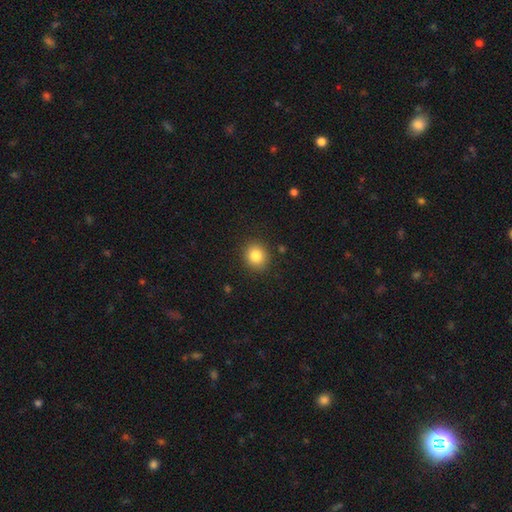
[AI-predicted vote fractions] smooth 83%, star or artifact 10%, featured or disk 6%. Down the decision tree: how rounded — round (82%); merging — none (89%).